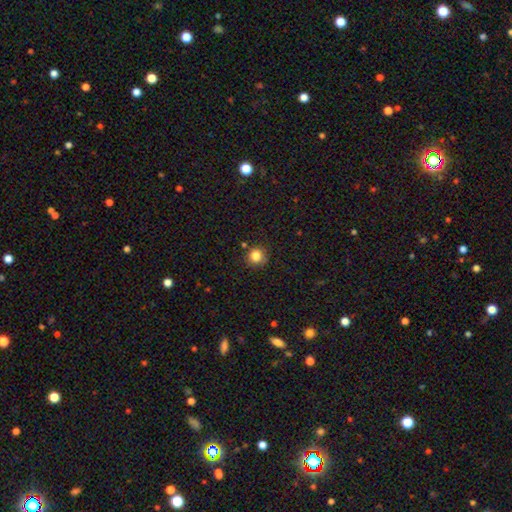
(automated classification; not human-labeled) A smooth galaxy with no disk features (83%) that is round (92%). Merging: none (86%).